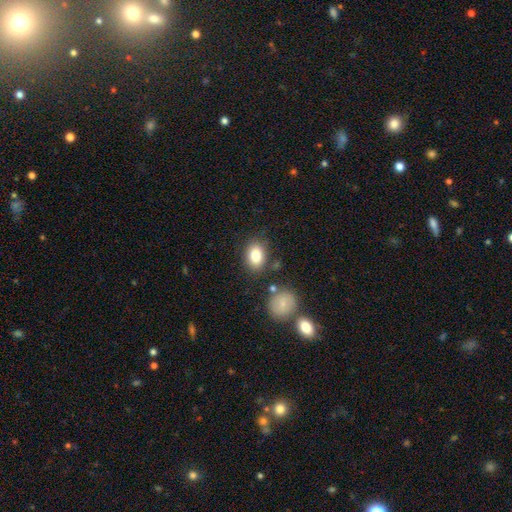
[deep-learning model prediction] Smooth or featured? Predicted: smooth (p=0.83). How rounded? Predicted: in between (p=0.76). Merging? Predicted: none (p=0.78).